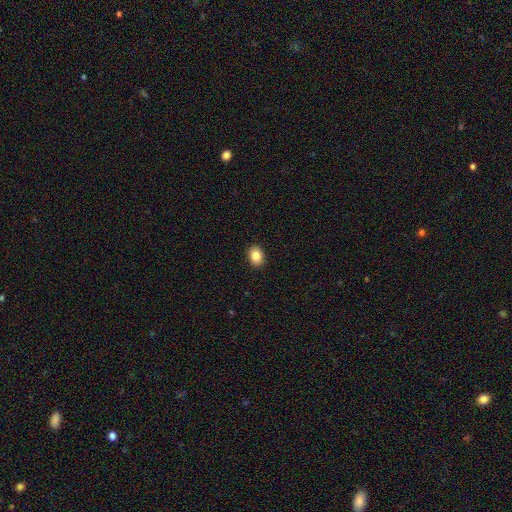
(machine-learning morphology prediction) Smooth or featured: smooth — 85% (star or artifact — 9%)
How rounded: in between — 62% (round — 37%)
Merging: none — 91% (minor disturbance — 7%)